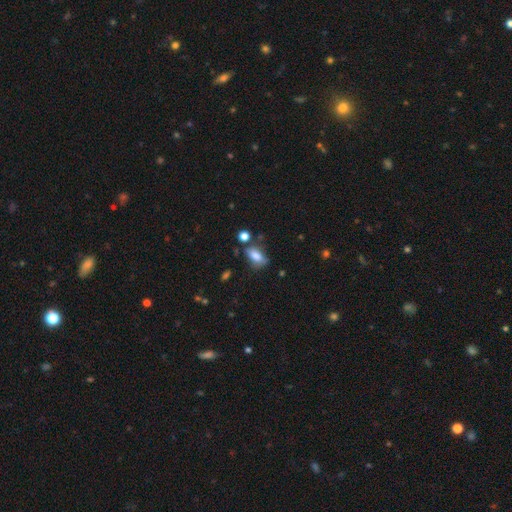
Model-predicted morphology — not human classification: This appears to be a smooth galaxy with no disk features (78%) that is in between round and cigar-shaped (87%). Merging: none (55%).